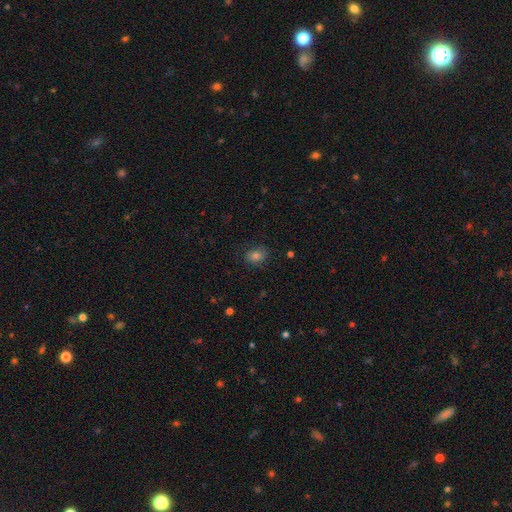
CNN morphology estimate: This appears to be a smooth galaxy with no disk features (72%) that is in between round and cigar-shaped (61%). Merging: none (79%).